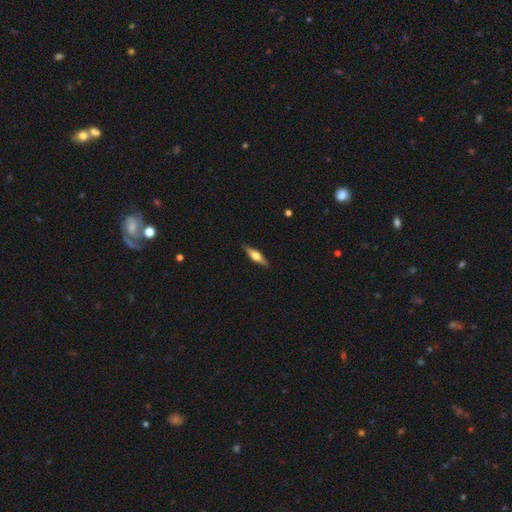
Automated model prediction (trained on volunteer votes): smooth_or_featured: featured or disk (p=0.60) [alt: smooth p=0.35]
disk_edge_on: yes (p=0.95) [alt: no p=0.05]
edge_on_bulge: rounded (p=0.92) [alt: boxy p=0.06]
merging: none (p=0.89) [alt: minor disturbance p=0.08]